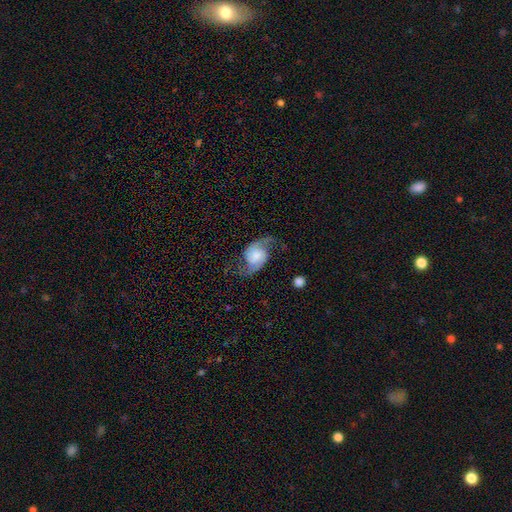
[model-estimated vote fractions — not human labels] featured or disk 84%, smooth 10%, star or artifact 6%. Down the decision tree: edge-on disk — no (98%); bar — no (61%); spiral arms — yes (97%); spiral arm count — 2 (94%); spiral winding — loose (54%); bulge size — moderate (32%); merging — none (70%).